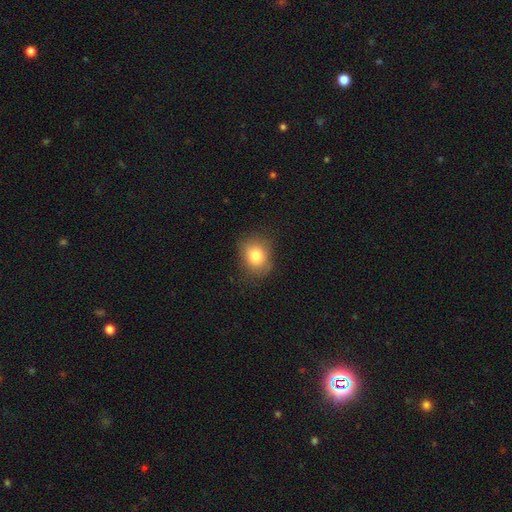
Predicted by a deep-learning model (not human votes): Q: Smooth or featured?
A: smooth (80%); runner-up: star or artifact (10%)
Q: How rounded?
A: round (59%); runner-up: in between (40%)
Q: Merging?
A: none (78%); runner-up: minor disturbance (16%)